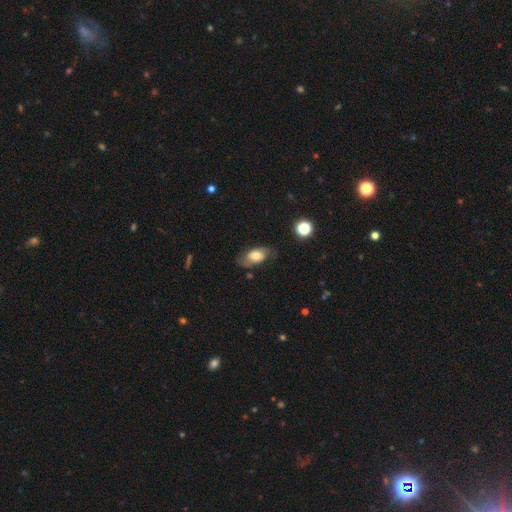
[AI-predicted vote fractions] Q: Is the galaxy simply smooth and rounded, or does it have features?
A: smooth — 60%.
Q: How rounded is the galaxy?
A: in between — 88%.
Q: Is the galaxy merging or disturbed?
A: none — 70%.